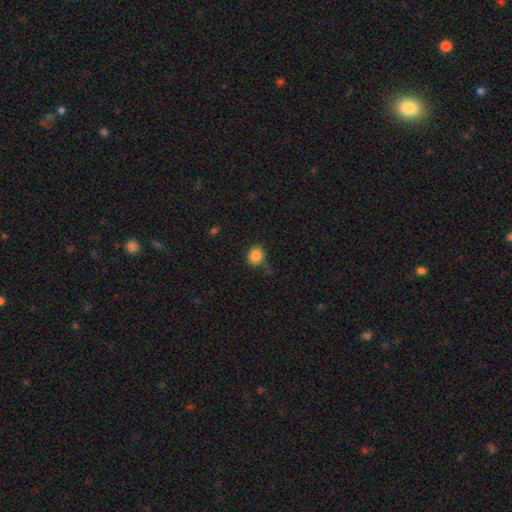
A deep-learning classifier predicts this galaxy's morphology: Smooth or featured? Predicted: smooth (p=0.86). How rounded? Predicted: round (p=0.74). Merging? Predicted: none (p=0.74).